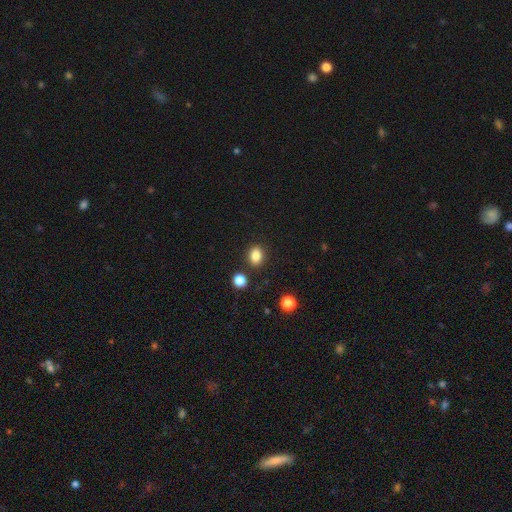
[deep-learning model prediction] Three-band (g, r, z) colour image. It shows a smooth galaxy with no disk features (85%) that is in between round and cigar-shaped (62%). Merging: none (85%).